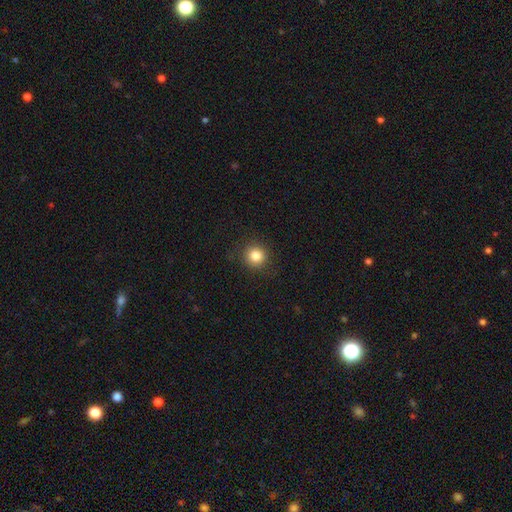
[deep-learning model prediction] Morphology: type=smooth (83%); roundness=round (93%); merging=none (90%).